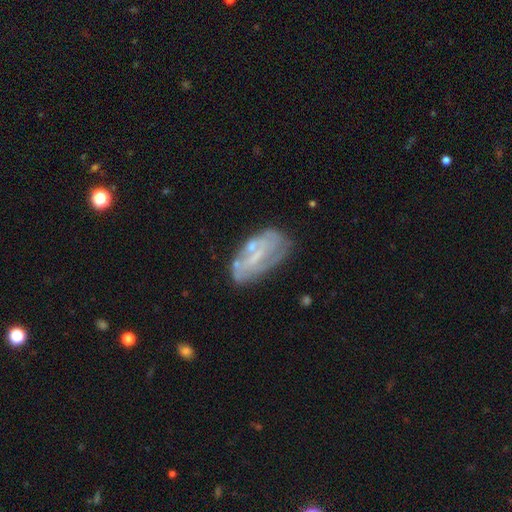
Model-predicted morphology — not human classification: The model was most divided on "bar": no: 41%, weak: 38%, strong: 21%. Remaining: edge-on disk — no (93%); smooth or featured — featured or disk (65%); merging — none (54%); spiral arms — yes (54%); bulge size — small (47%).